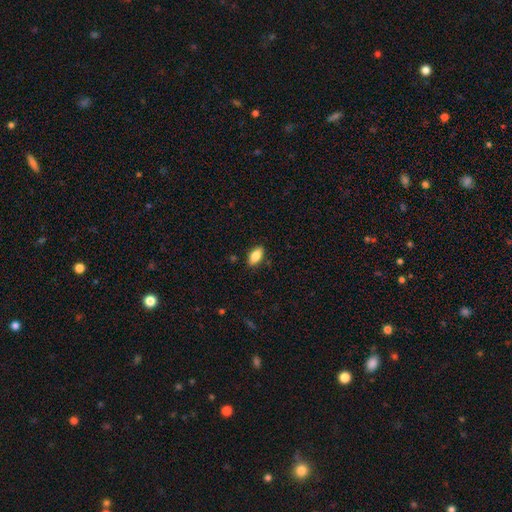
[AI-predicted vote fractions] This is clearly a smooth galaxy (84%). How rounded: clearly in between (89%). Merging: clearly none (87%).